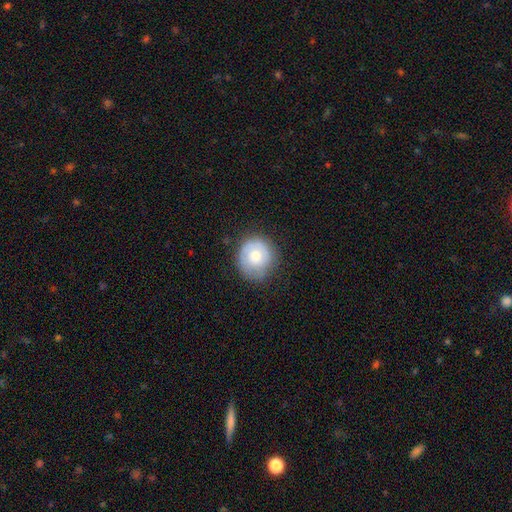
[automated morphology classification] smooth_or_featured: smooth (p=0.62) [alt: featured or disk p=0.31]
how_rounded: round (p=0.87) [alt: in between p=0.12]
merging: none (p=0.73) [alt: minor disturbance p=0.20]